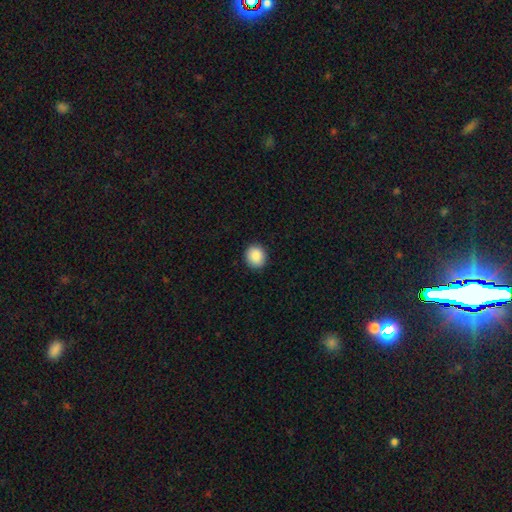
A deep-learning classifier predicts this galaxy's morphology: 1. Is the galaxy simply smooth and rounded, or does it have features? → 89% smooth, 8% star or artifact, 3% featured or disk.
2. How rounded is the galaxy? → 74% round, 25% in between, 1% cigar-shaped.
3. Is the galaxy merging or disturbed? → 90% none, 7% minor disturbance, 2% major disturbance, 1% merger.